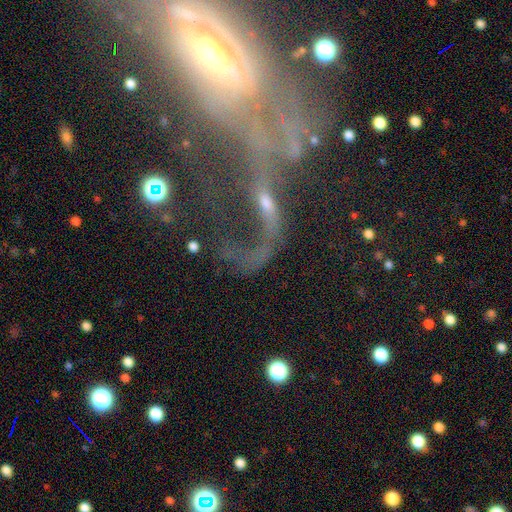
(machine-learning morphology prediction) This is likely a featured or disk galaxy (63%). It is clearly not viewed edge-on (85%). Bar: marginally no (39%). Spiral arm pattern: likely yes (74%). Central bulge: possibly small (50%). Merging: marginally none (35%).